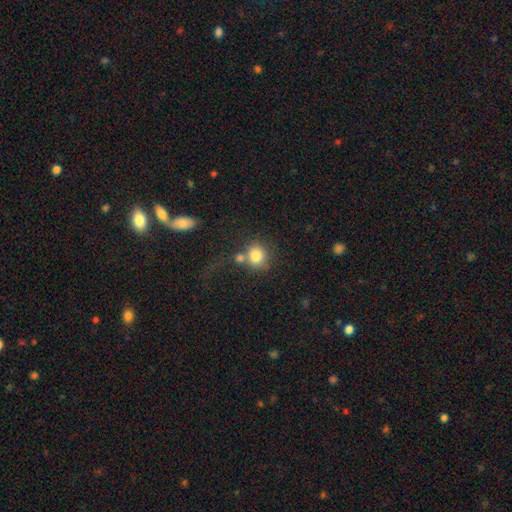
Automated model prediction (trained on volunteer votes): A smooth galaxy with no disk features (80%) that is round (77%). Merging: none (49%).